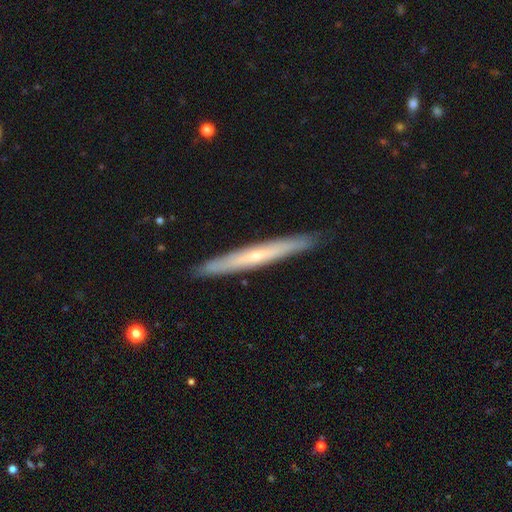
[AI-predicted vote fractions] A featured or disk galaxy (58%) viewed edge-on (93%) with no central bulge (54%). Merging: none (91%).